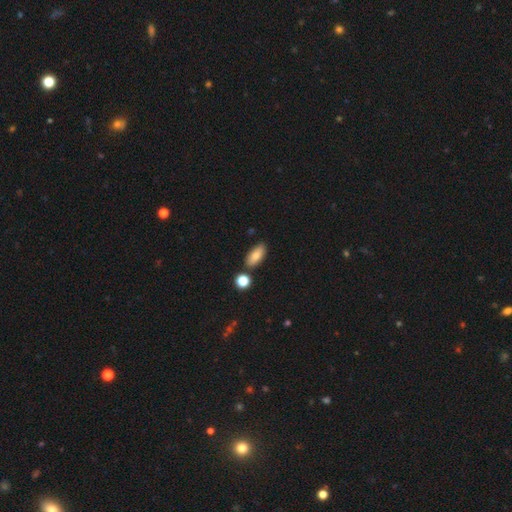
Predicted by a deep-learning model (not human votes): Q: Smooth or featured?
A: smooth (81%); runner-up: featured or disk (11%)
Q: How rounded?
A: in between (85%); runner-up: cigar-shaped (11%)
Q: Merging?
A: none (80%); runner-up: minor disturbance (11%)